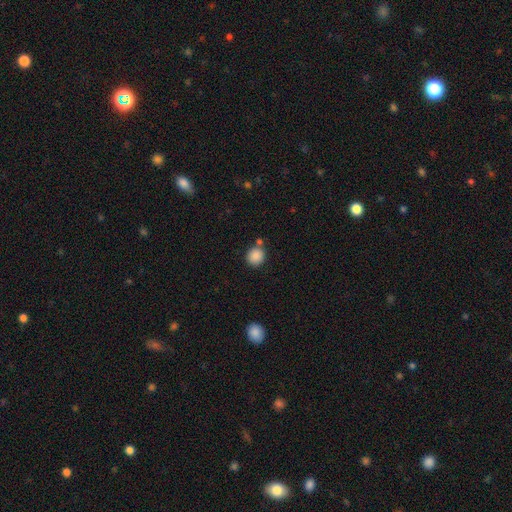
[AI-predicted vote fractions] Morphology: type=smooth (87%); roundness=round (87%); merging=none (74%).